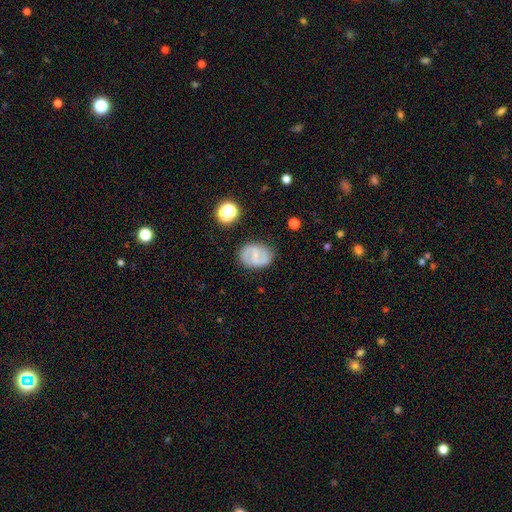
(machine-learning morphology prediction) Smooth or featured? Predicted: featured or disk (p=0.65). Edge-on disk? Predicted: no (p=0.97). Bar? Predicted: weak (p=0.48). Spiral arms? Predicted: yes (p=0.78). Bulge size? Predicted: small (p=0.59). Merging? Predicted: none (p=0.78).